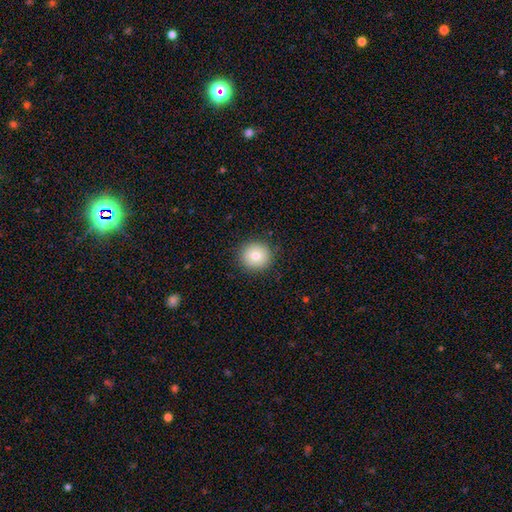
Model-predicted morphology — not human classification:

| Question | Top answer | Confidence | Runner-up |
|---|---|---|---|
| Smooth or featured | smooth | 81% | star or artifact (10%) |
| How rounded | round | 92% | in between (7%) |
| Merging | none | 90% | minor disturbance (7%) |